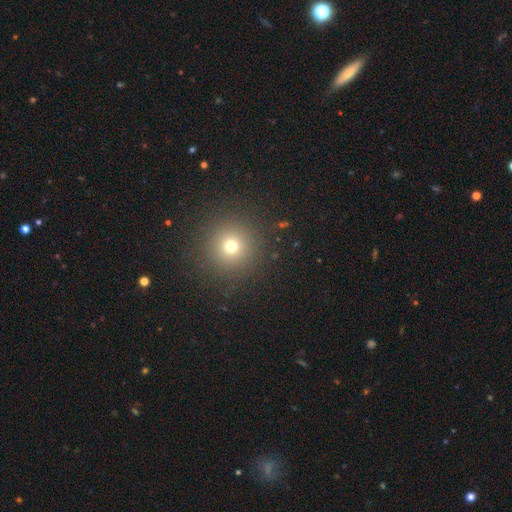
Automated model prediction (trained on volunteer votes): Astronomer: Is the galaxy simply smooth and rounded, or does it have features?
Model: smooth — 65%.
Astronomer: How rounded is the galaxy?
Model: round — 96%.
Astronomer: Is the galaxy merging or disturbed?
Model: none — 92%.